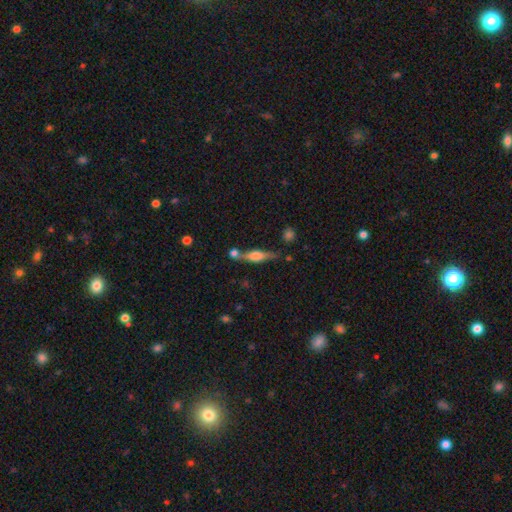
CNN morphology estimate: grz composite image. It shows a featured or disk galaxy (58%) viewed edge-on (93%) with a rounded central bulge (81%). Merging: none (65%).